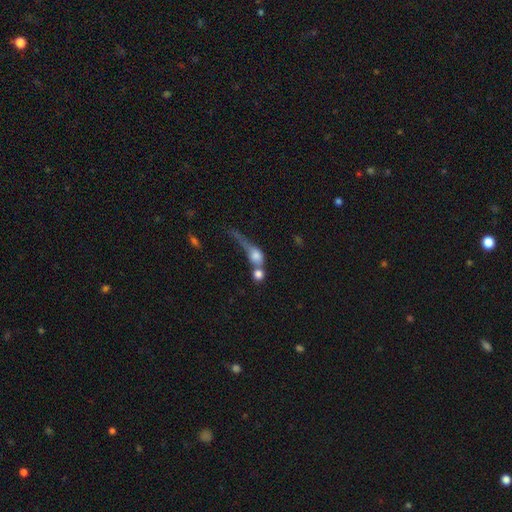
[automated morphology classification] A smooth galaxy with no disk features (60%) that is round (49%).

Vote fractions:
- Smooth or featured? smooth: 60% / featured or disk: 28% / star or artifact: 12%
- How rounded? round: 49% / in between: 34% / cigar-shaped: 17%
- Merging? merger: 49% / none: 22% / major disturbance: 17% / minor disturbance: 11%